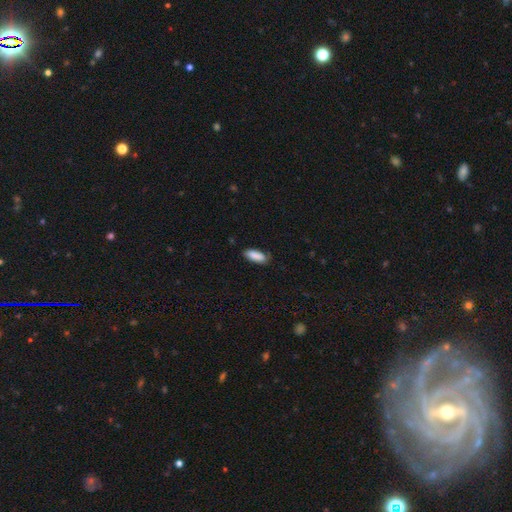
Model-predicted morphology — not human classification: A smooth galaxy with no disk features (89%) that is in between round and cigar-shaped (72%). Merging: none (80%).